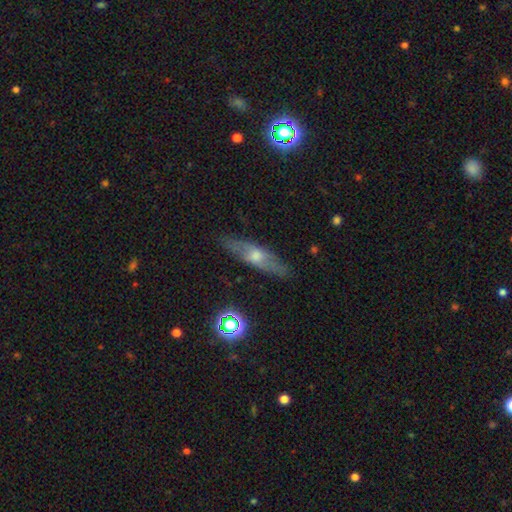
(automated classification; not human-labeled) featured or disk 57%, smooth 32%, star or artifact 11%. Down the decision tree: edge-on disk — yes (72%); merging — none (85%).